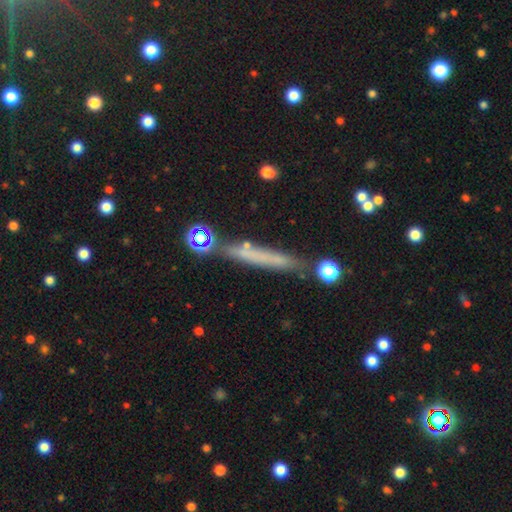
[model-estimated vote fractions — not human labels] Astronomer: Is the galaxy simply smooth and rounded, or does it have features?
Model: smooth — 55% (runner-up: featured or disk, 32%).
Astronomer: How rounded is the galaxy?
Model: cigar-shaped — 93%.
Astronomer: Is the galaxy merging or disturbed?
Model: none — 75%.